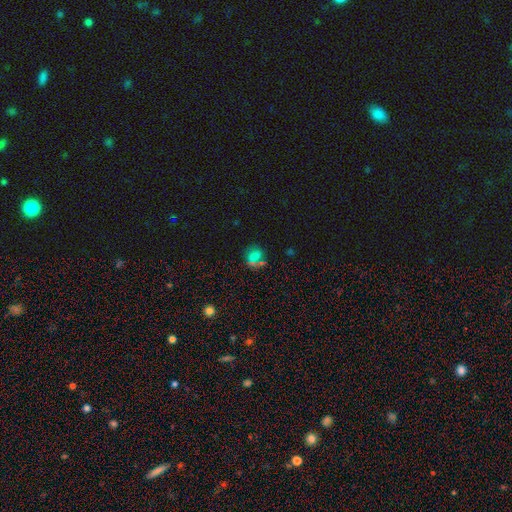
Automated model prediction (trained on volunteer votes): Smooth or featured: smooth — 56% (star or artifact — 28%)
How rounded: round — 72% (in between — 26%)
Merging: none — 53% (merger — 21%)